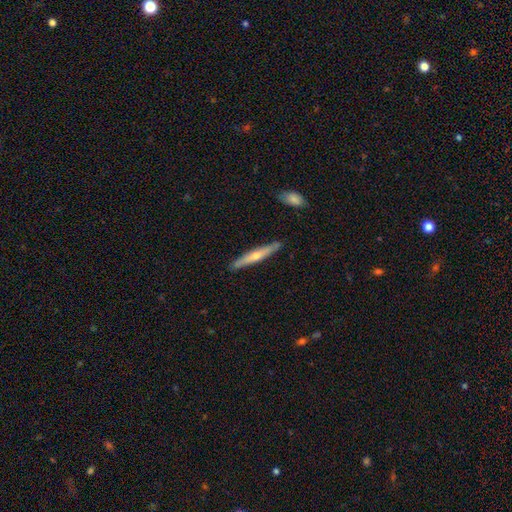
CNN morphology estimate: smooth_or_featured: featured or disk (p=0.52) [alt: smooth p=0.42]
disk_edge_on: yes (p=0.93) [alt: no p=0.07]
merging: none (p=0.87) [alt: minor disturbance p=0.09]